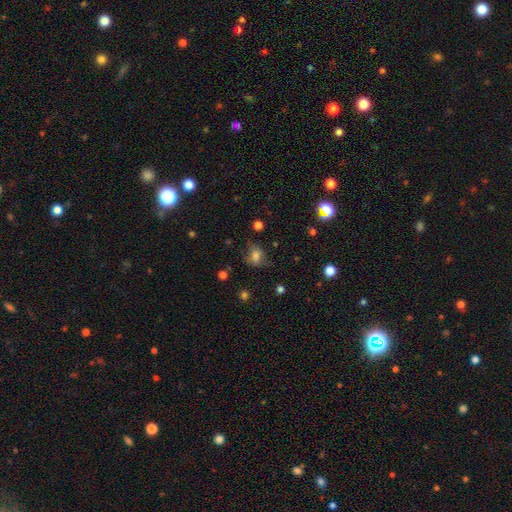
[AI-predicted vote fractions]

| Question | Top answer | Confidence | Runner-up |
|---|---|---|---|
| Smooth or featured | smooth | 68% | featured or disk (17%) |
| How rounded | in between | 52% | round (46%) |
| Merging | none | 53% | minor disturbance (28%) |